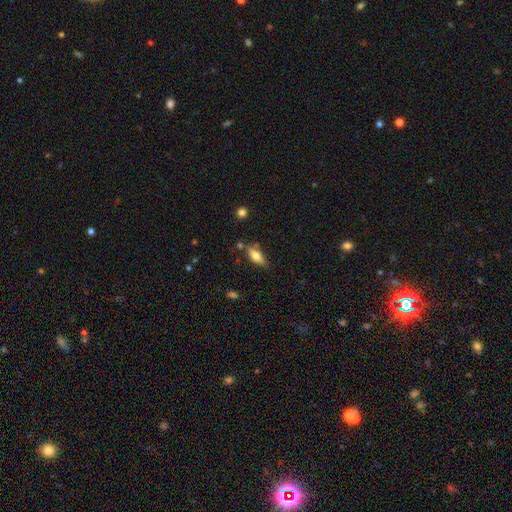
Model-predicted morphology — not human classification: Smooth or featured? smooth (70%)
How rounded? in between (71%)
Merging? none (69%)